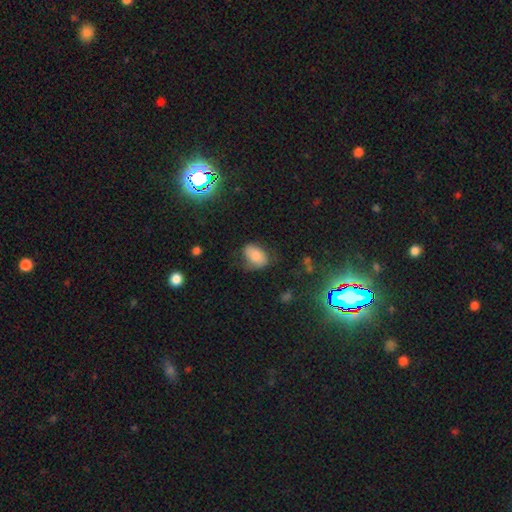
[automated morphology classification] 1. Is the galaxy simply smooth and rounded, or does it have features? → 74% smooth, 16% featured or disk, 10% star or artifact.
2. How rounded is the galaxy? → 85% in between, 14% round, 1% cigar-shaped.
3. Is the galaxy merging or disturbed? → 54% none, 30% minor disturbance, 14% major disturbance, 3% merger.